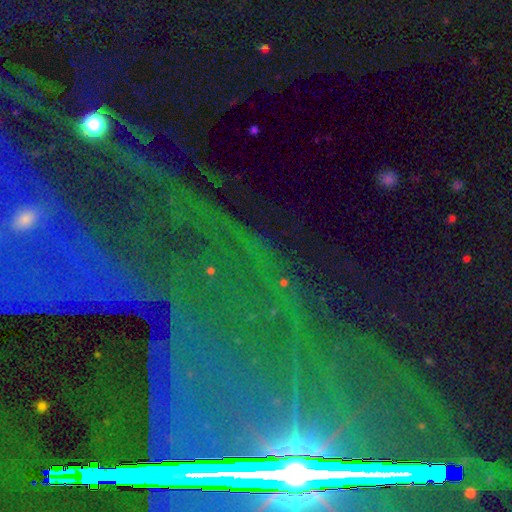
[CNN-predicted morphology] Smooth or featured: star or artifact — 76% (featured or disk — 16%)